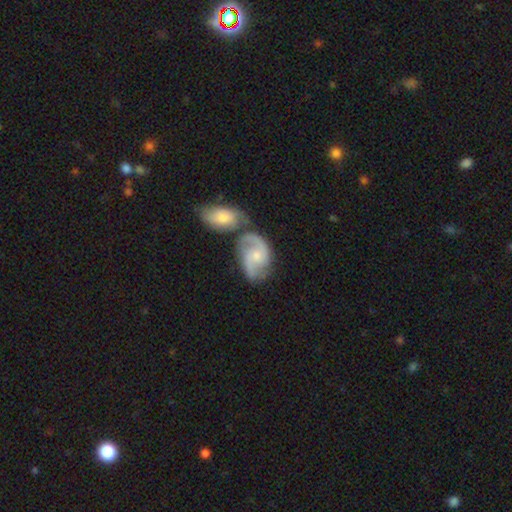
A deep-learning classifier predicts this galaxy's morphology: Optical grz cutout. It shows a featured or disk galaxy (81%) with no bar (59%), 2 (88%) medium (52%) spiral arms (95%) and a small central bulge (50%). Merging: none (40%).